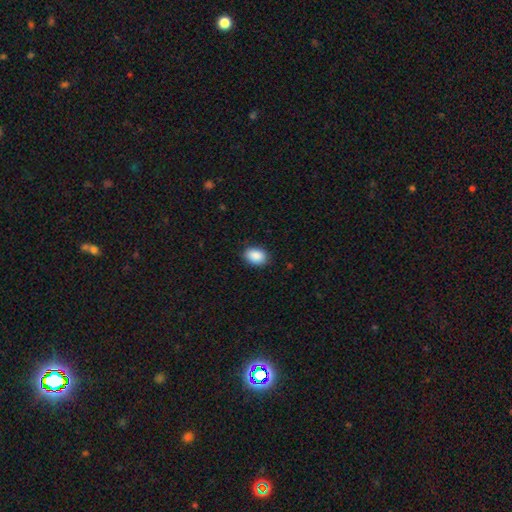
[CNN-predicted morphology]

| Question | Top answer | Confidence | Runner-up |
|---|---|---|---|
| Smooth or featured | smooth | 90% | star or artifact (7%) |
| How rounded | in between | 82% | round (17%) |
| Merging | none | 87% | minor disturbance (10%) |